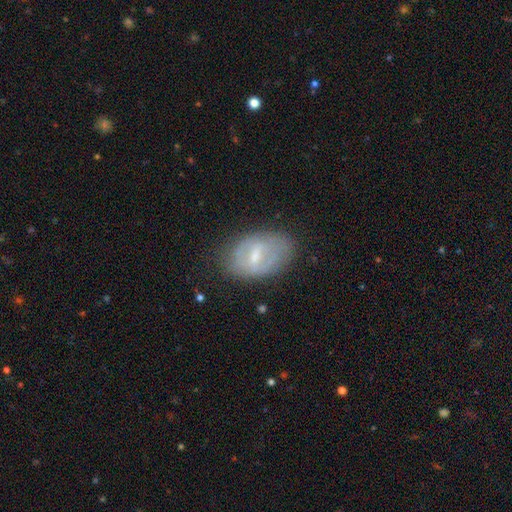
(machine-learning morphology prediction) smooth_or_featured: featured or disk (p=0.56) [alt: smooth p=0.37]
disk_edge_on: no (p=0.92) [alt: yes p=0.08]
bar: weak (p=0.53) [alt: strong p=0.29]
has_spiral_arms: no (p=0.62) [alt: yes p=0.38]
bulge_size: small (p=0.47) [alt: moderate p=0.40]
merging: none (p=0.69) [alt: minor disturbance p=0.21]